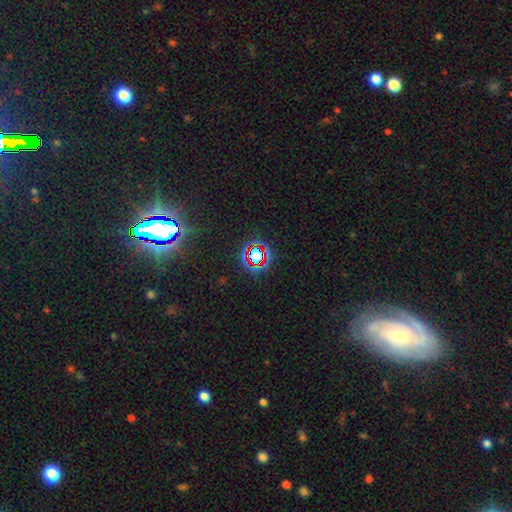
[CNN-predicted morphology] This is likely a star or artifact rather than a galaxy (74%).